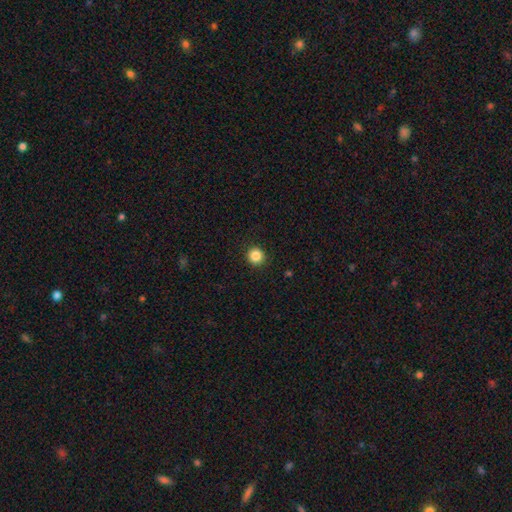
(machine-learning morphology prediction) smooth 85%, star or artifact 11%, featured or disk 4%. Down the decision tree: how rounded — round (94%); merging — none (92%).